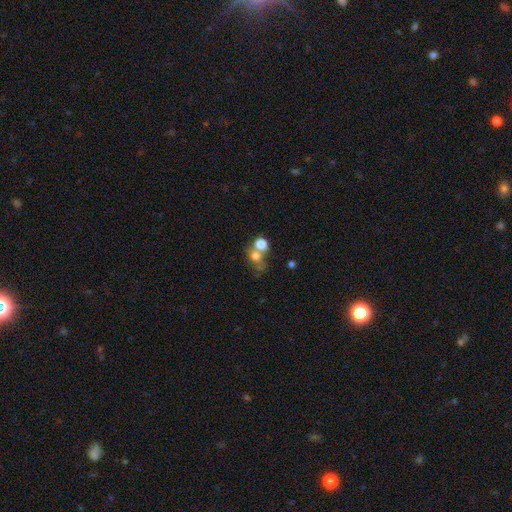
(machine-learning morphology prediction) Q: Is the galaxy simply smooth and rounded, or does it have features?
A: smooth — 67%.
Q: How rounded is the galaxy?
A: round — 67%.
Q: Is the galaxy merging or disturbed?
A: merger — 50%.